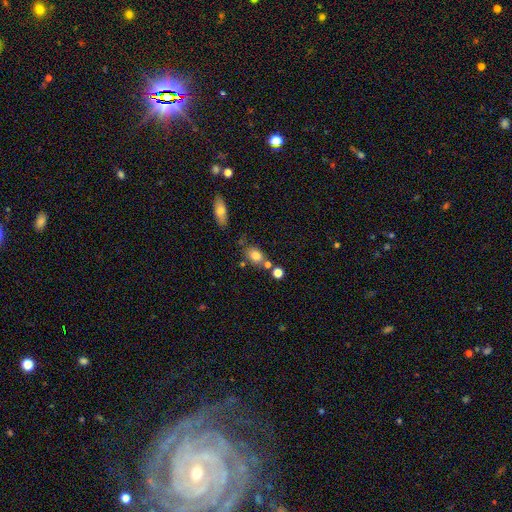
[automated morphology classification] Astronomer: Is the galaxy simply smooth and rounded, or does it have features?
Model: smooth — 79%.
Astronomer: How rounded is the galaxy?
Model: in between — 64%.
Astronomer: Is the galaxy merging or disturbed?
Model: none — 62%.